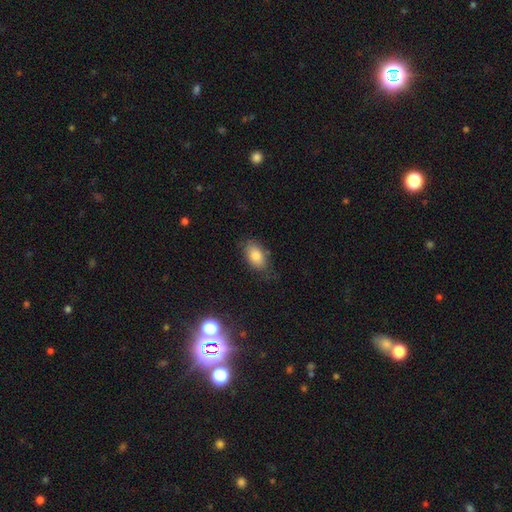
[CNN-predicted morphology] Smooth or featured? Predicted: smooth (p=0.83). How rounded? Predicted: in between (p=0.91). Merging? Predicted: none (p=0.72).